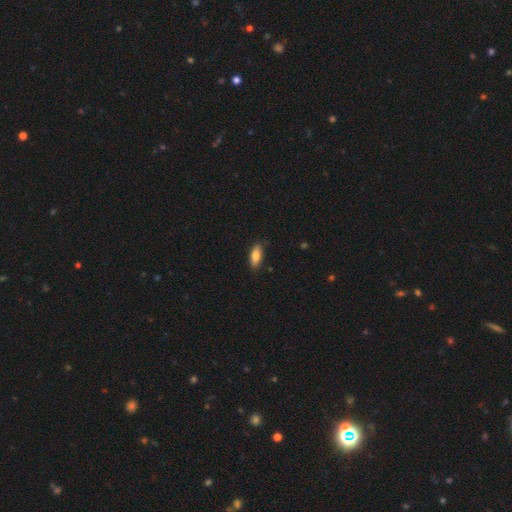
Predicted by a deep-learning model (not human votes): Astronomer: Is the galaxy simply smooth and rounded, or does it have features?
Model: smooth — 80%.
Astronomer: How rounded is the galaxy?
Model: in between — 77%.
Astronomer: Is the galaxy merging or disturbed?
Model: none — 86%.